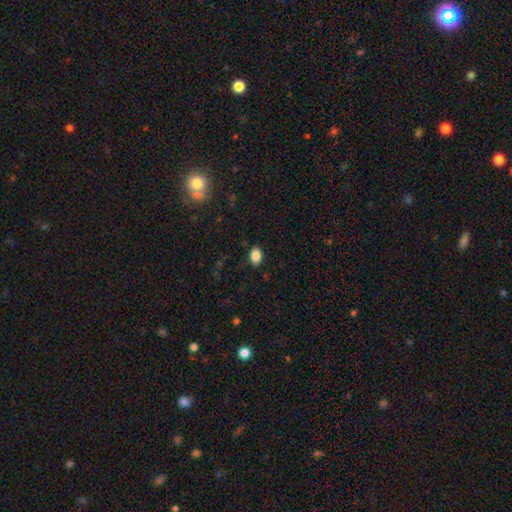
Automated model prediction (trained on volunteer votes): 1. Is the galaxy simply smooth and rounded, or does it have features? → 86% smooth, 9% star or artifact, 5% featured or disk.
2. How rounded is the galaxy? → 74% in between, 24% round, 1% cigar-shaped.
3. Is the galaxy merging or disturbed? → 87% none, 10% minor disturbance, 2% major disturbance, 1% merger.